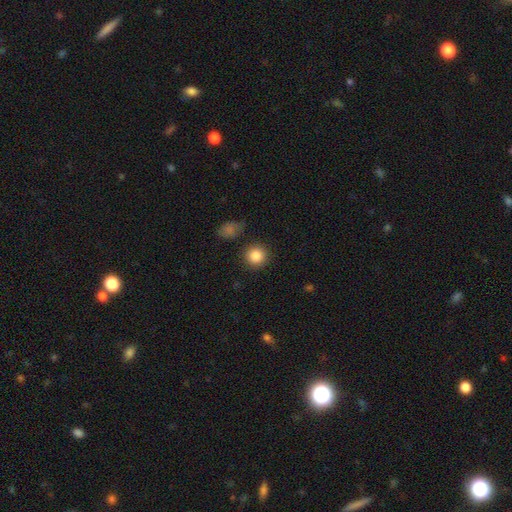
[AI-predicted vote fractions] Smooth or featured? Predicted: smooth (p=0.87). How rounded? Predicted: round (p=0.91). Merging? Predicted: none (p=0.86).